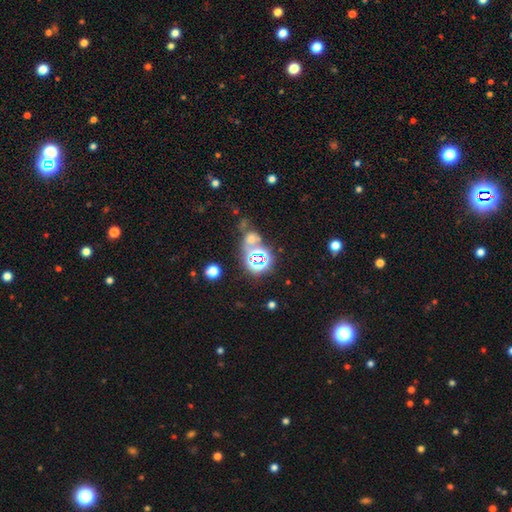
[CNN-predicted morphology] type=star or artifact (63%).